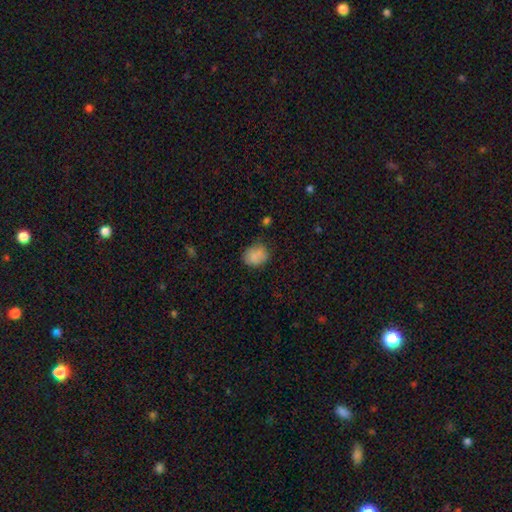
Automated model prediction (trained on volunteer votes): Smooth or featured?
  - smooth: 82% *
  - star or artifact: 9%
  - featured or disk: 9%
How rounded?
  - round: 54% *
  - in between: 45%
  - cigar-shaped: 1%
Merging?
  - none: 63% *
  - minor disturbance: 25%
  - major disturbance: 6%
  - merger: 6%